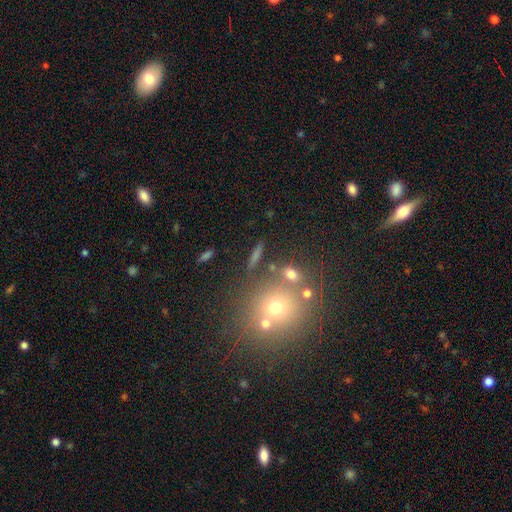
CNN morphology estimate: smooth-or-featured: smooth: 48% | star or artifact: 28% | featured or disk: 24%
  merging: none: 76% | merger: 10% | minor disturbance: 10% | major disturbance: 4%